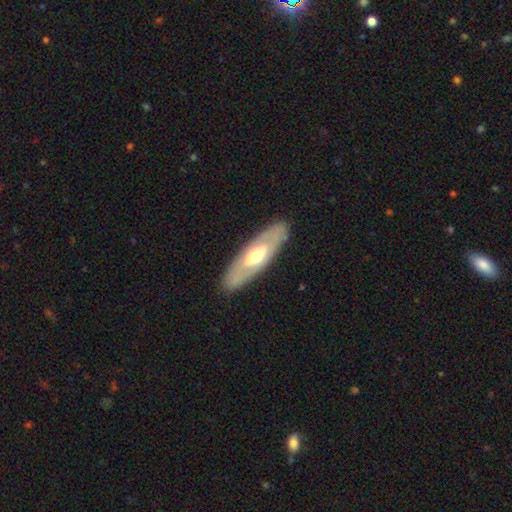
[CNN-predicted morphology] This is possibly a featured or disk galaxy (58%). It is likely not viewed edge-on (68%). Merging: clearly none (88%).